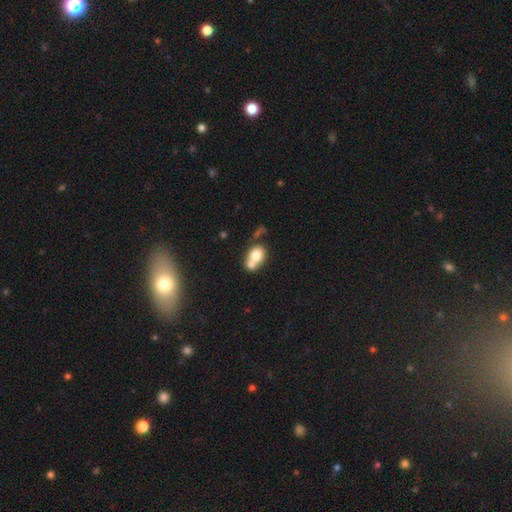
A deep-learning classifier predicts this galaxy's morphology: Q: Smooth or featured?
A: smooth (72%); runner-up: featured or disk (19%)
Q: How rounded?
A: in between (59%); runner-up: round (40%)
Q: Merging?
A: merger (57%); runner-up: none (29%)